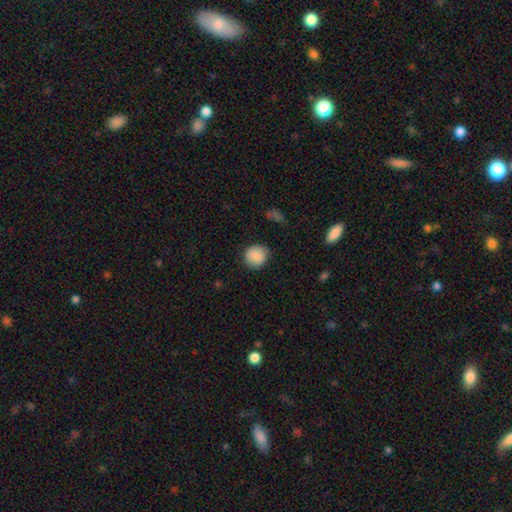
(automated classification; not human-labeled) The model was most divided on "merging": none: 82%, minor disturbance: 13%, major disturbance: 3%, merger: 1%. More confident: smooth or featured — smooth (88%); how rounded — round (86%).